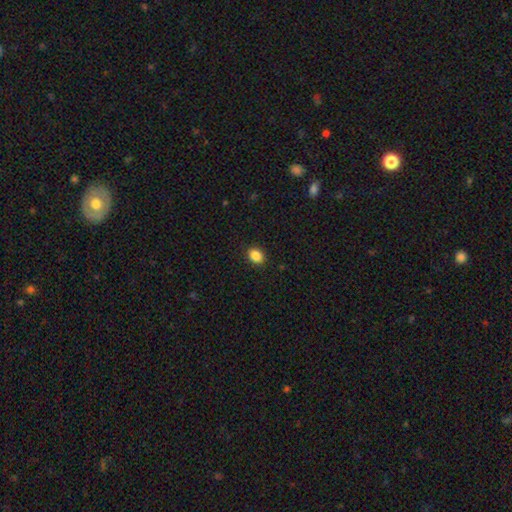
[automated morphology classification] Smooth or featured? Predicted: smooth (p=0.87). How rounded? Predicted: in between (p=0.66). Merging? Predicted: none (p=0.90).